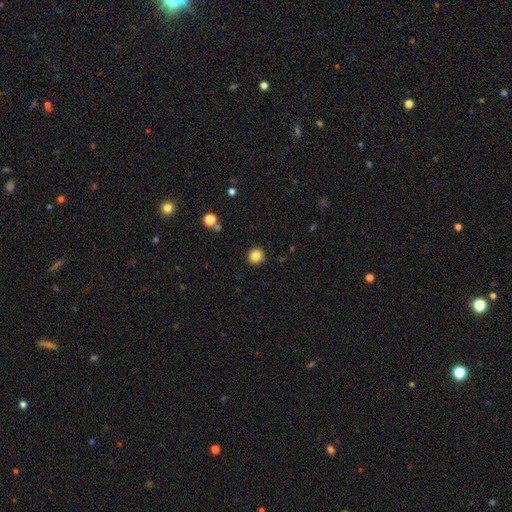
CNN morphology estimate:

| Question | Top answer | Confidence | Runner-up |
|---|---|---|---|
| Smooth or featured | smooth | 84% | star or artifact (11%) |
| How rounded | round | 91% | in between (8%) |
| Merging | none | 91% | minor disturbance (6%) |